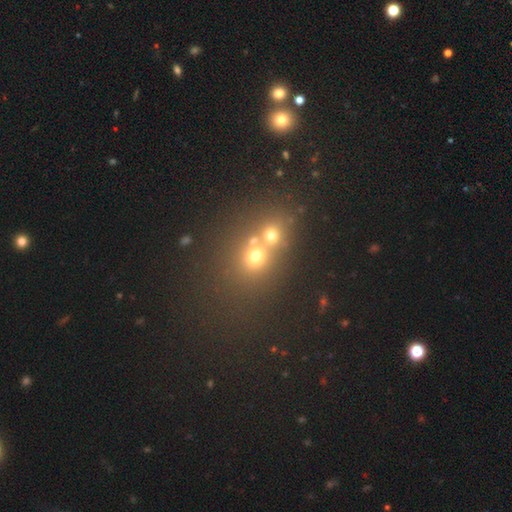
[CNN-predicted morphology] The model was most divided on "merging": merger: 51%, none: 39%, minor disturbance: 6%, major disturbance: 3%. More confident: how rounded — round (73%); smooth or featured — smooth (58%).